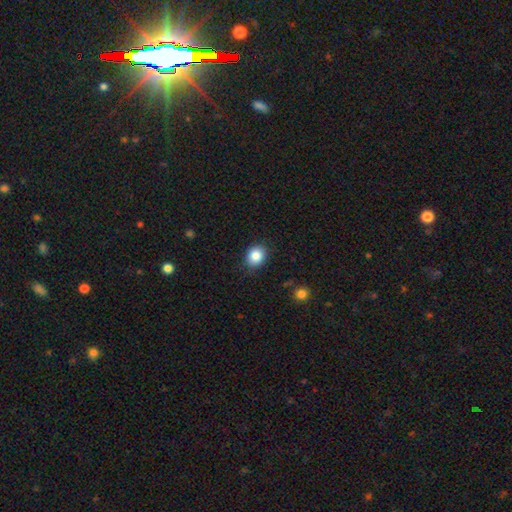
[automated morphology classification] A smooth galaxy with no disk features (85%) that is round (58%).

Vote fractions:
- Smooth or featured? smooth: 85% / star or artifact: 9% / featured or disk: 6%
- How rounded? round: 58% / in between: 41% / cigar-shaped: 1%
- Merging? none: 87% / minor disturbance: 10% / major disturbance: 2% / merger: 1%